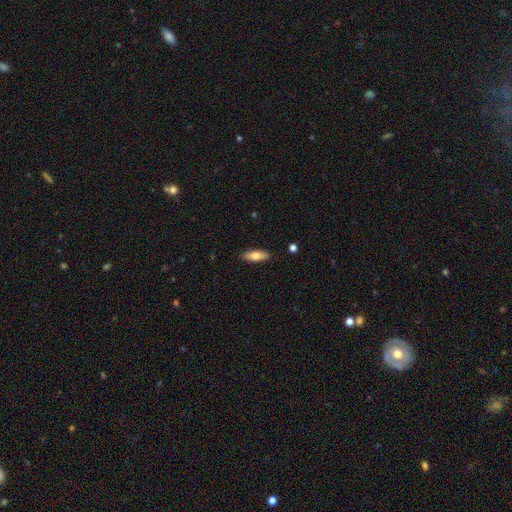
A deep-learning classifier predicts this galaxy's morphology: smooth_or_featured: smooth (p=0.78) [alt: featured or disk p=0.16]
how_rounded: in between (p=0.65) [alt: cigar-shaped p=0.33]
merging: none (p=0.88) [alt: minor disturbance p=0.09]